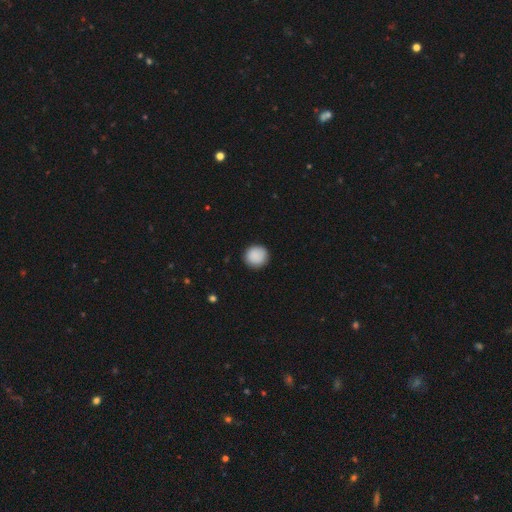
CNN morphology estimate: A smooth galaxy with no disk features (90%) that is round (93%). Merging: none (91%).